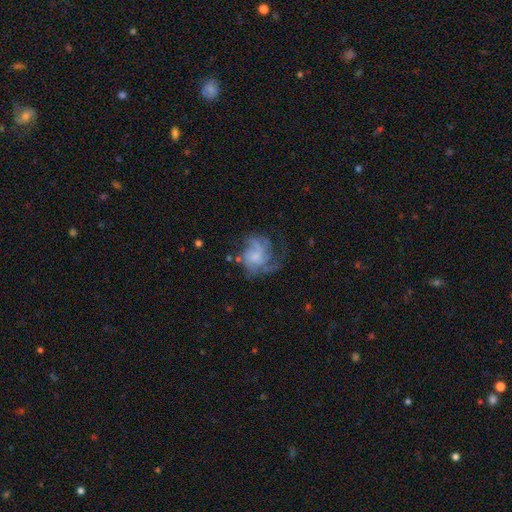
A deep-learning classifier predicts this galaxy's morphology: A featured or disk galaxy (74%) with no bar (67%), 3 (29%) medium (44%) spiral arms (88%) and a small central bulge (45%).

Vote fractions:
- Smooth or featured? featured or disk: 74% / smooth: 18% / star or artifact: 8%
- Edge-on disk? no: 98% / yes: 2%
- Bar? no: 67% / weak: 29% / strong: 4%
- Spiral arms? yes: 88% / no: 12%
- Spiral winding? medium: 44% / tight: 29% / loose: 26%
- Spiral arm count? 3: 29% / can't tell: 27% / 2: 22% / 4: 9% / 1: 8% / more than 4: 5%
- Bulge size? small: 45% / none: 26% / moderate: 23% / large: 5% / dominant: 2%
- Merging? none: 44% / major disturbance: 33% / minor disturbance: 20% / merger: 3%